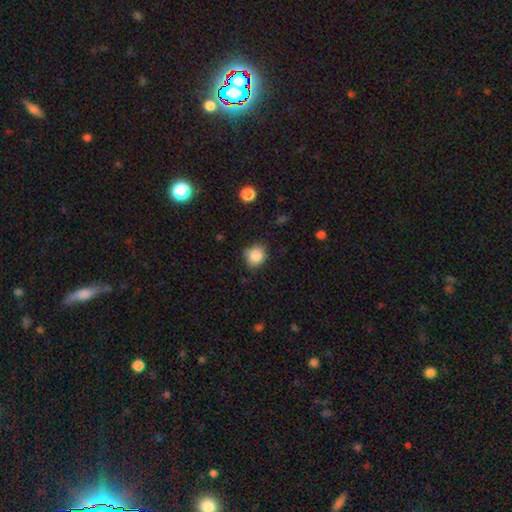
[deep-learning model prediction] Overall: smooth (85%). How rounded: round (76%). Merging: none (74%).